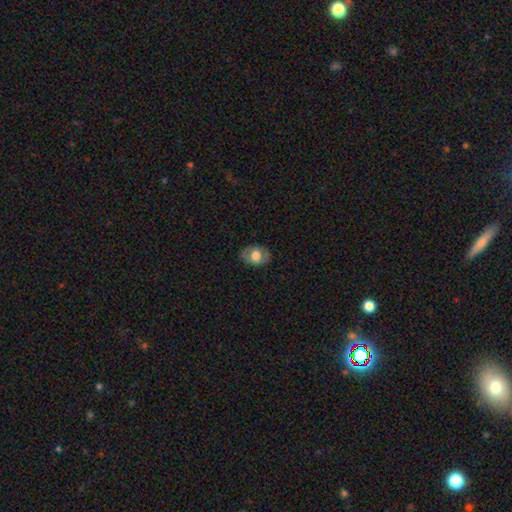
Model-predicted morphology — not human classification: type=smooth (65%); roundness=in between (70%); merging=none (82%).